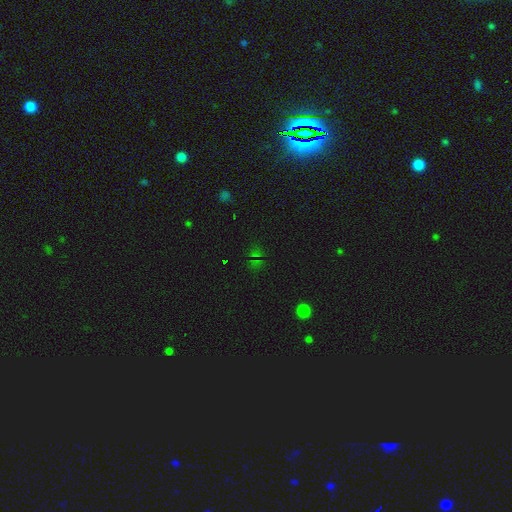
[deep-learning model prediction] Morphology: type=star or artifact (59%).